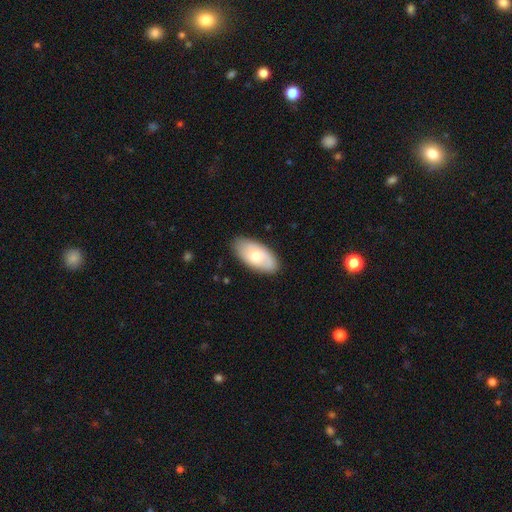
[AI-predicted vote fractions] This appears to be a smooth galaxy with no disk features (58%) that is in between round and cigar-shaped (94%). Merging: none (84%).